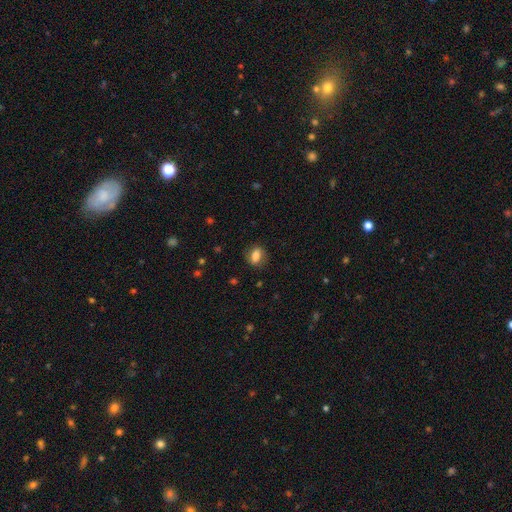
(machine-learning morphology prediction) type=smooth (74%); roundness=in between (70%); merging=none (79%).